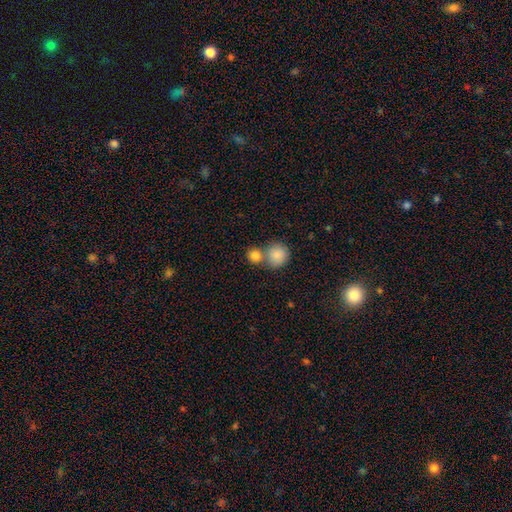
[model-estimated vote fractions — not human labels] Smooth or featured?
  - smooth: 85% *
  - star or artifact: 8%
  - featured or disk: 7%
How rounded?
  - round: 86% *
  - in between: 13%
  - cigar-shaped: 1%
Merging?
  - none: 46% *
  - merger: 45%
  - minor disturbance: 7%
  - major disturbance: 3%